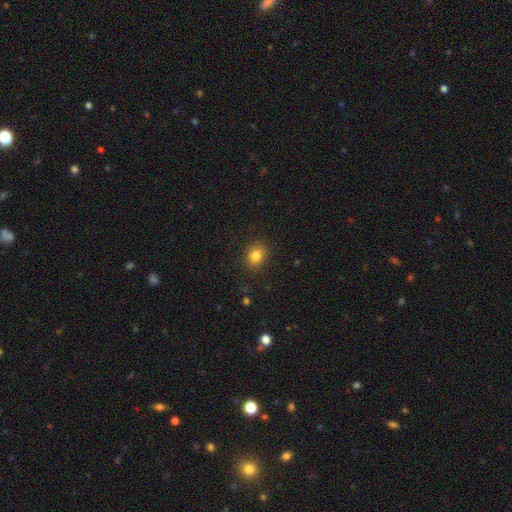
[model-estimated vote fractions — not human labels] Smooth or featured? Predicted: smooth (p=0.83). How rounded? Predicted: round (p=0.53). Merging? Predicted: none (p=0.87).